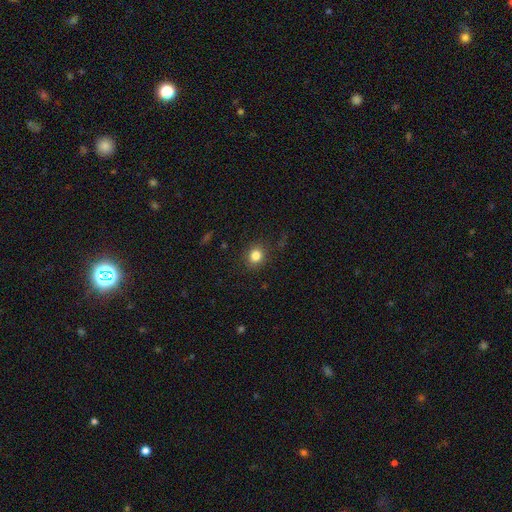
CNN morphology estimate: A smooth galaxy with no disk features (82%) that is round (77%). Merging: none (85%).